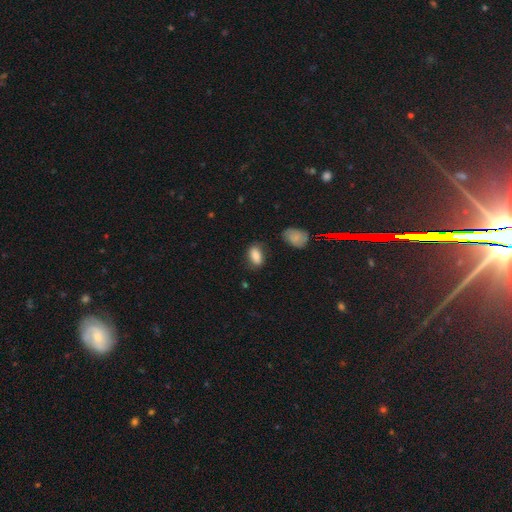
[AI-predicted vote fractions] A smooth galaxy with no disk features (83%) that is in between round and cigar-shaped (88%). Merging: none (73%).